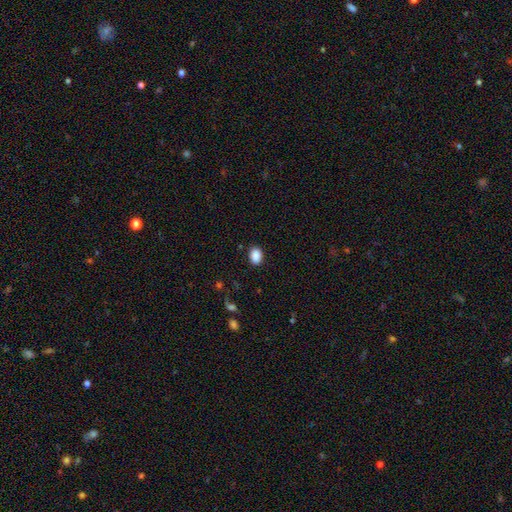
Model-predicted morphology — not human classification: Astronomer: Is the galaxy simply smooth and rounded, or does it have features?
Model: smooth — 89%.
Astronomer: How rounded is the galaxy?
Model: in between — 77%.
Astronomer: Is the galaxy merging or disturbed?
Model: none — 88%.